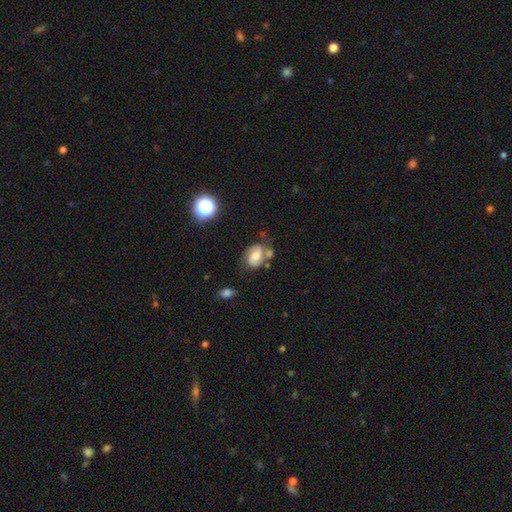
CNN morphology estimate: Smooth or featured: featured or disk — 57% (smooth — 33%)
Edge-on disk: no — 97% (yes — 3%)
Bar: no — 48% (weak — 40%)
Spiral arms: yes — 87% (no — 13%)
Bulge size: moderate — 53% (small — 24%)
Merging: none — 53% (minor disturbance — 21%)